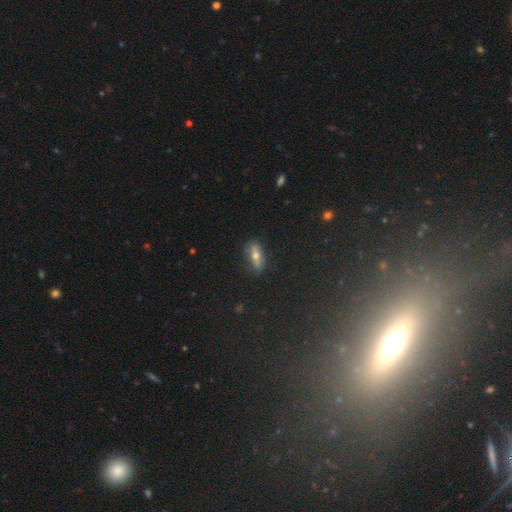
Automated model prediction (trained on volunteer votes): smooth 49%, featured or disk 33%, star or artifact 18%. Down the decision tree: merging — none (82%).